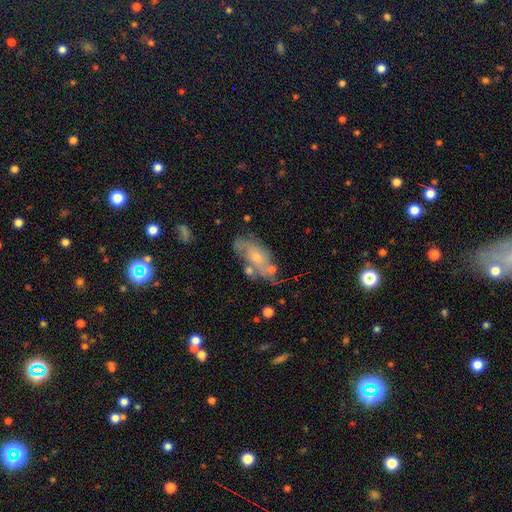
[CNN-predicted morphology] Q: Smooth or featured?
A: featured or disk (49%); runner-up: smooth (40%)
Q: Merging?
A: none (46%); runner-up: minor disturbance (25%)